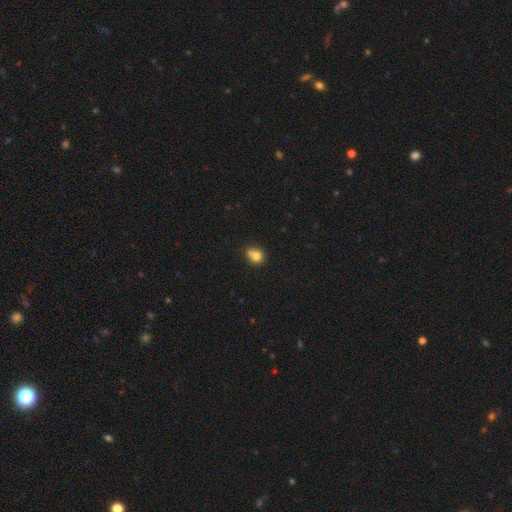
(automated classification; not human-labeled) A smooth galaxy with no disk features (77%) that is round (76%).

Vote fractions:
- Smooth or featured? smooth: 77% / featured or disk: 12% / star or artifact: 11%
- How rounded? round: 76% / in between: 23% / cigar-shaped: 1%
- Merging? none: 49% / merger: 32% / minor disturbance: 14% / major disturbance: 4%